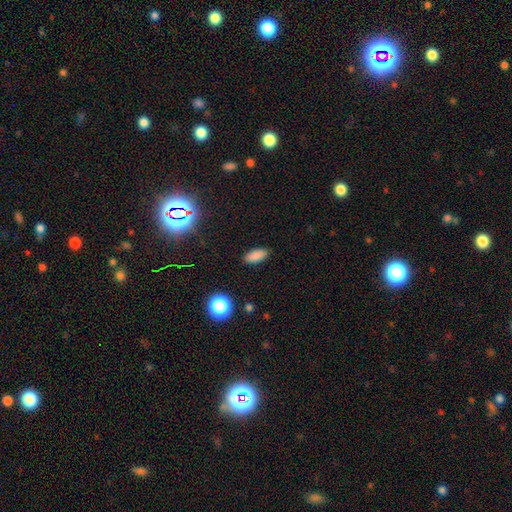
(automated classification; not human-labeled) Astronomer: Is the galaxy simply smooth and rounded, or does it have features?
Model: smooth — 84%.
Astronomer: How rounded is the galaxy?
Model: in between — 86%.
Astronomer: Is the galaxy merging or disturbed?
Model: none — 88%.